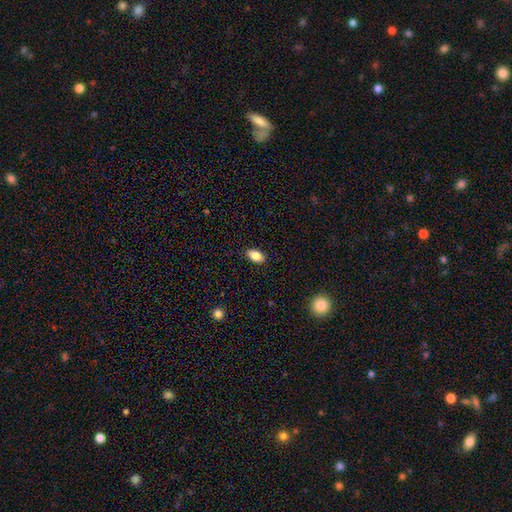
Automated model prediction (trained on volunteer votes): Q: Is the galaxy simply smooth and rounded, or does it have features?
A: smooth — 85%.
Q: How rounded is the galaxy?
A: in between — 91%.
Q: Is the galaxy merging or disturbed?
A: none — 88%.